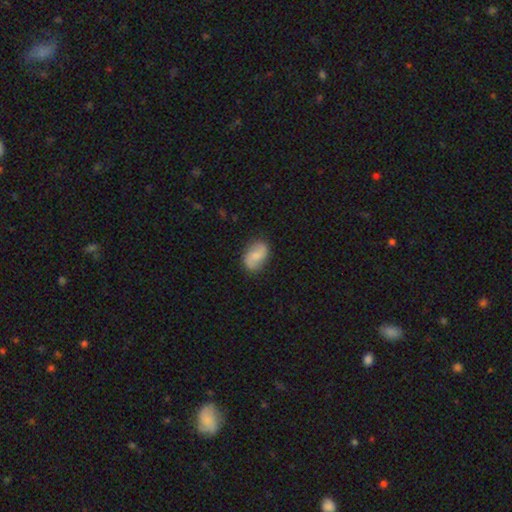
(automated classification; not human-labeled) Smooth or featured? featured or disk (52%)
Edge-on disk? no (97%)
Bar? no (50%)
Spiral arms? yes (91%)
Bulge size? small (38%)
Merging? none (80%)